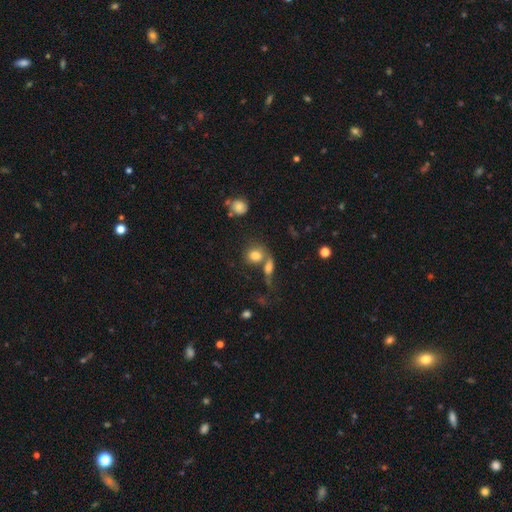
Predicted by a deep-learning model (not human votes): Overall: smooth (76%). How rounded: round (58%; in between 40%). Merging: merger (44%; none 38%).